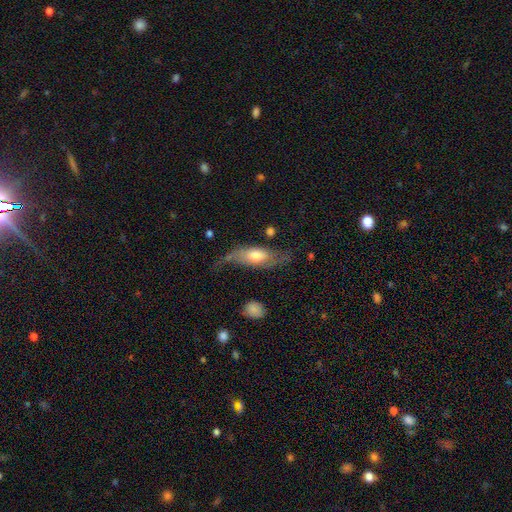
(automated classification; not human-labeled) Morphology: type=featured or disk (56%); edge-on=no (73%); merging=none (47%).